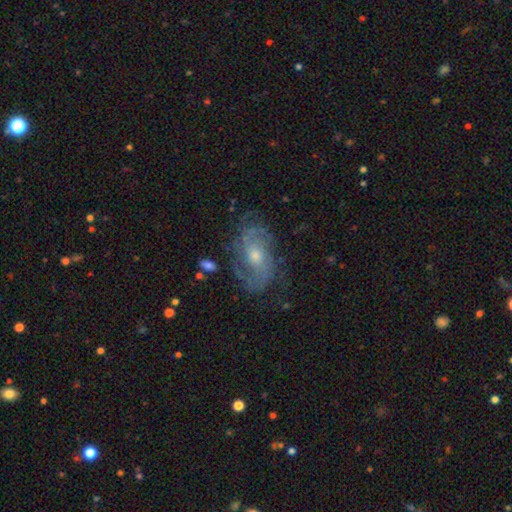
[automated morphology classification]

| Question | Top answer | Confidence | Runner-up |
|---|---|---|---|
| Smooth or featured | featured or disk | 79% | smooth (14%) |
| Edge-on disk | no | 96% | yes (4%) |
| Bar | no | 66% | weak (29%) |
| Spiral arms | yes | 88% | no (12%) |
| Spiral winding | medium | 42% | tight (38%) |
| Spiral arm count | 2 | 44% | can't tell (31%) |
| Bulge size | moderate | 56% | small (37%) |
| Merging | none | 66% | minor disturbance (20%) |